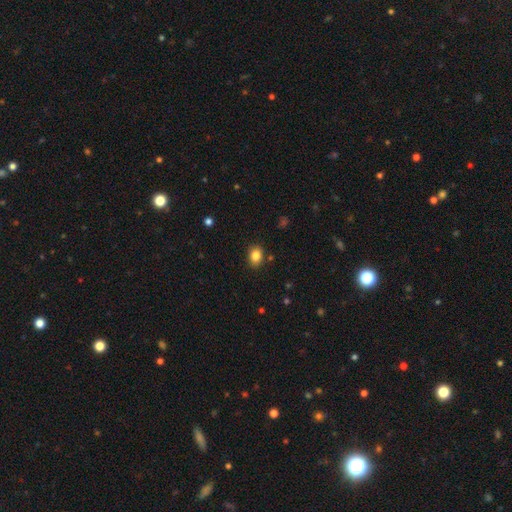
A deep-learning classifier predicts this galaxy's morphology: Overall: smooth (84%). How rounded: in between (61%; round 38%). Merging: none (86%).